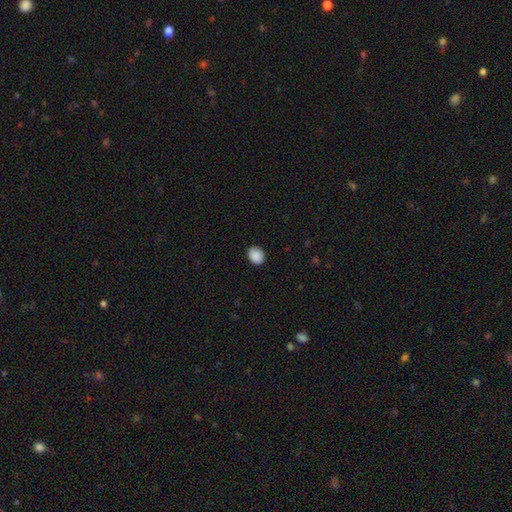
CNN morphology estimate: smooth 90%, star or artifact 8%, featured or disk 3%. Down the decision tree: how rounded — round (54%); merging — none (87%).